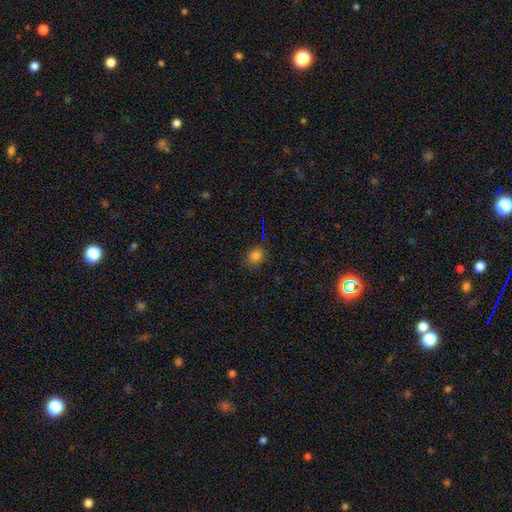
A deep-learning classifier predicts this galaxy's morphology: Overall: smooth (78%). How rounded: round (59%; in between 39%). Merging: none (82%).